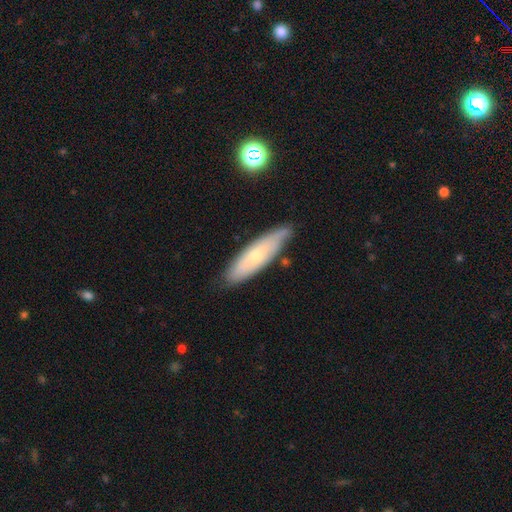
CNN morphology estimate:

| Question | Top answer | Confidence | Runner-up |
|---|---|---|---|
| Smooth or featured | smooth | 57% | featured or disk (36%) |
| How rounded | cigar-shaped | 58% | in between (40%) |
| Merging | none | 75% | minor disturbance (19%) |